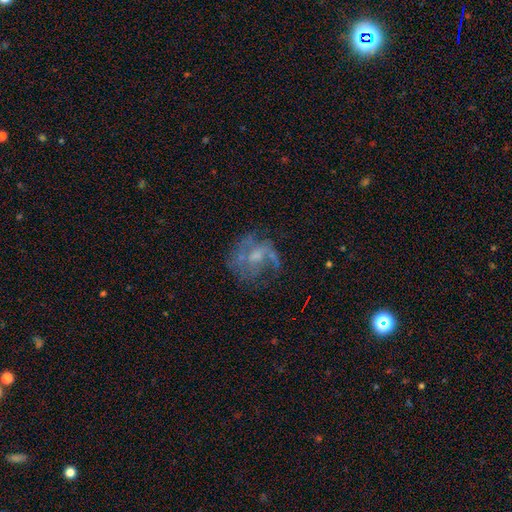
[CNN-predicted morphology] smooth-or-featured: featured or disk: 68% | smooth: 20% | star or artifact: 12%
  disk-edge-on: no: 97% | yes: 3%
    bar: no: 57% | weak: 36% | strong: 7%
    has-spiral-arms: yes: 68% | no: 32%
    bulge-size: moderate: 39% | small: 34% | none: 21% | large: 5% | dominant: 1%
  merging: none: 49% | major disturbance: 27% | minor disturbance: 19% | merger: 4%